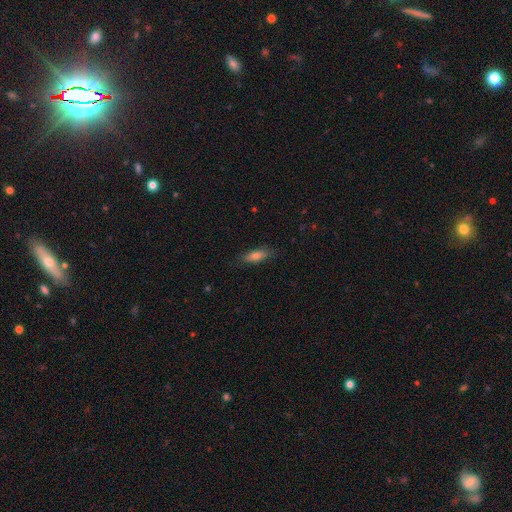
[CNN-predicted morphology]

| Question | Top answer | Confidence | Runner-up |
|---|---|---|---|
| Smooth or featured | smooth | 74% | featured or disk (18%) |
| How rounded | in between | 53% | cigar-shaped (45%) |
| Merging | none | 80% | minor disturbance (16%) |